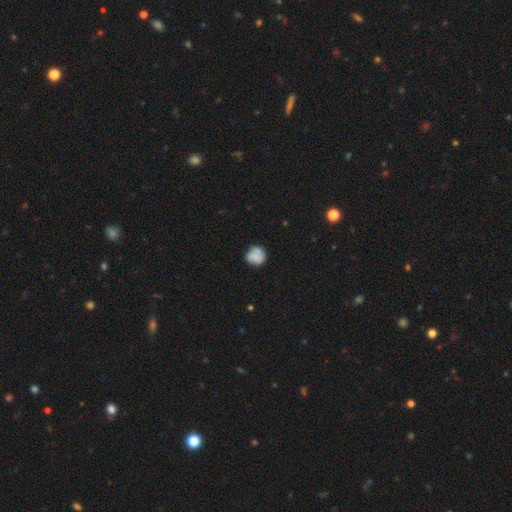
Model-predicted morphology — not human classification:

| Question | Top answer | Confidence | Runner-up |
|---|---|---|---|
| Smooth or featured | smooth | 68% | featured or disk (24%) |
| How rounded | round | 87% | in between (12%) |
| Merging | none | 74% | minor disturbance (18%) |